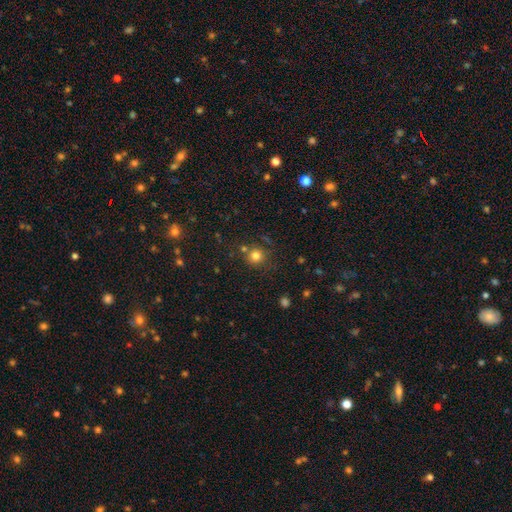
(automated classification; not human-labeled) Q: Smooth or featured?
A: smooth (79%); runner-up: star or artifact (15%)
Q: How rounded?
A: round (92%); runner-up: in between (7%)
Q: Merging?
A: none (75%); runner-up: merger (11%)